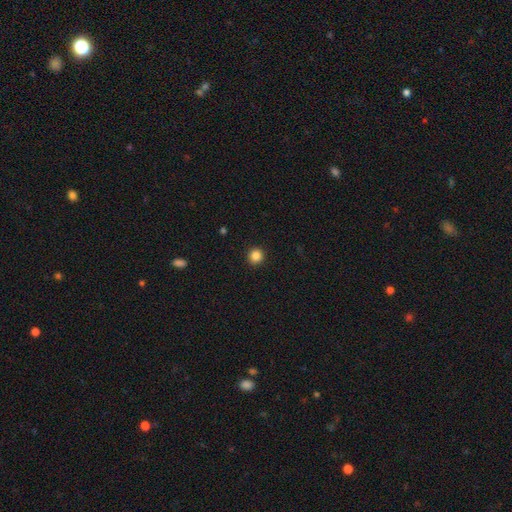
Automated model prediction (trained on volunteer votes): Q: Smooth or featured?
A: smooth (86%); runner-up: star or artifact (11%)
Q: How rounded?
A: round (92%); runner-up: in between (7%)
Q: Merging?
A: none (93%); runner-up: minor disturbance (5%)